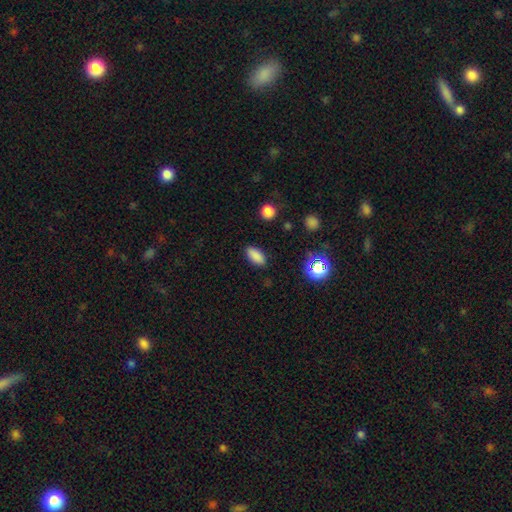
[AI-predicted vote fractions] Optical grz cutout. It shows a smooth galaxy with no disk features (85%) that is in between round and cigar-shaped (88%). Merging: none (87%).